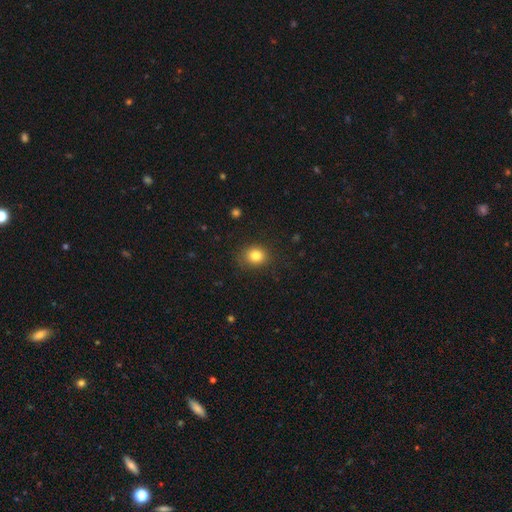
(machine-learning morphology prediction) Smooth or featured?
  - smooth: 82% *
  - star or artifact: 11%
  - featured or disk: 7%
How rounded?
  - round: 68% *
  - in between: 31%
  - cigar-shaped: 1%
Merging?
  - none: 84% *
  - minor disturbance: 12%
  - major disturbance: 4%
  - merger: 1%